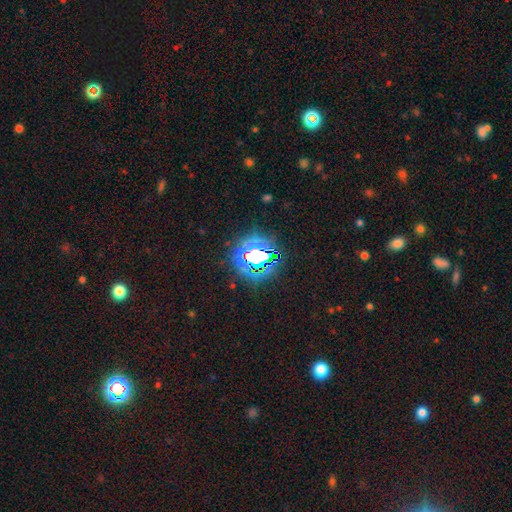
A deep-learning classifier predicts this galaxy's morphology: Smooth or featured?
  - star or artifact: 72% *
  - smooth: 17%
  - featured or disk: 10%